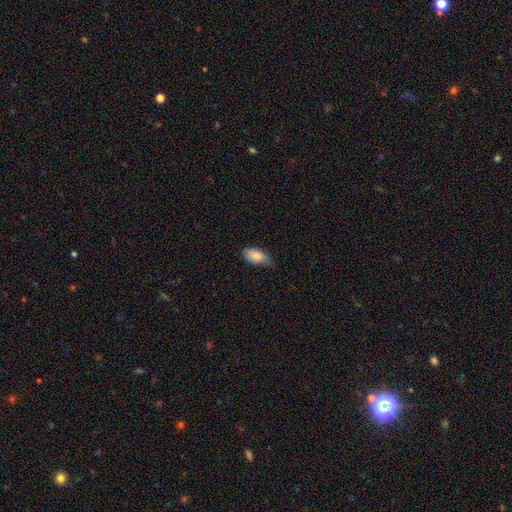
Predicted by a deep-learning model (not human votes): This is clearly a smooth galaxy (85%). How rounded: clearly in between (92%). Merging: marginally minor disturbance (45%).